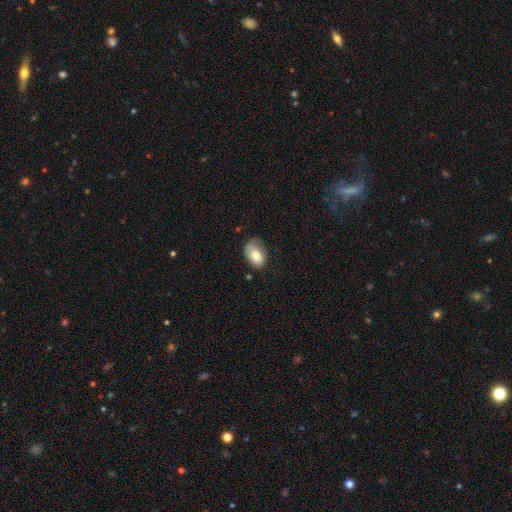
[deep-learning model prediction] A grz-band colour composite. It shows a smooth galaxy with no disk features (77%) that is in between round and cigar-shaped (85%). Merging: none (50%).